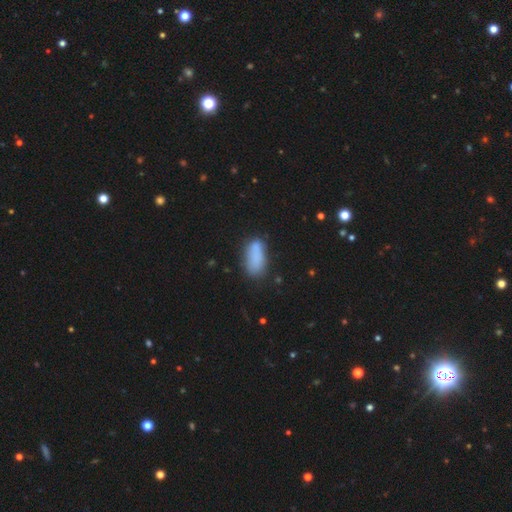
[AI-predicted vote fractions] Morphology: type=smooth (83%); roundness=in between (81%); merging=none (65%).